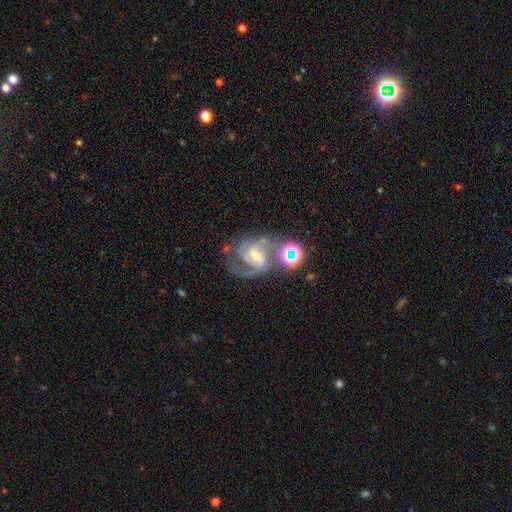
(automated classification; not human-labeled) Q: Smooth or featured?
A: featured or disk (85%); runner-up: star or artifact (9%)
Q: Edge-on disk?
A: no (98%); runner-up: yes (2%)
Q: Bar?
A: weak (50%); runner-up: no (26%)
Q: Spiral arms?
A: yes (97%); runner-up: no (3%)
Q: Spiral winding?
A: medium (56%); runner-up: tight (30%)
Q: Spiral arm count?
A: 2 (46%); runner-up: 3 (29%)
Q: Bulge size?
A: moderate (48%); runner-up: small (47%)
Q: Merging?
A: none (49%); runner-up: minor disturbance (20%)